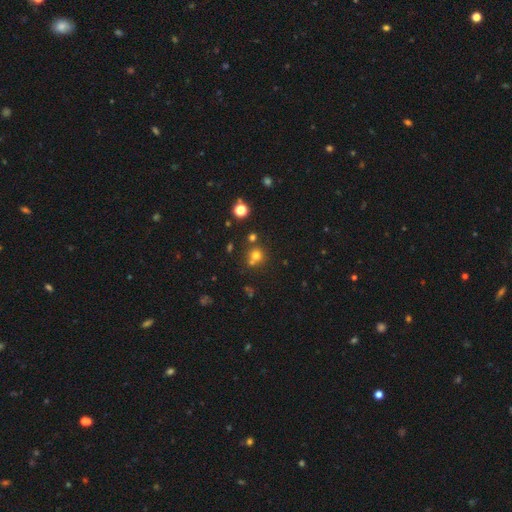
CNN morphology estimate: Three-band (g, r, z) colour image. It shows a smooth galaxy with no disk features (68%) that is round (90%). Merging: none (61%).